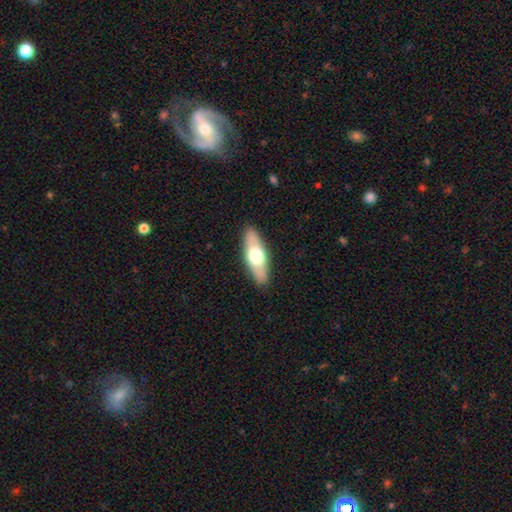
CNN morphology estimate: Q: Smooth or featured?
A: smooth (57%); runner-up: featured or disk (38%)
Q: How rounded?
A: in between (58%); runner-up: cigar-shaped (40%)
Q: Merging?
A: none (88%); runner-up: minor disturbance (9%)